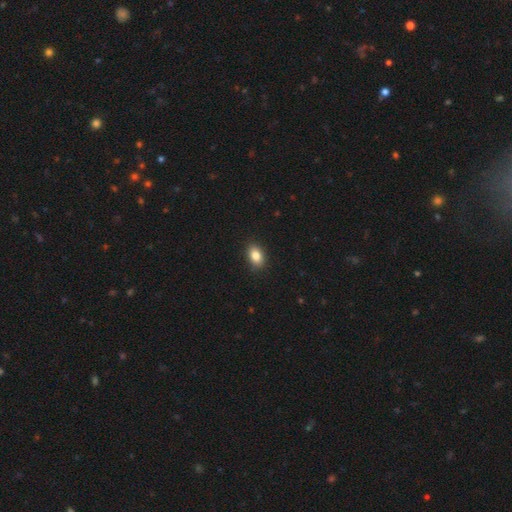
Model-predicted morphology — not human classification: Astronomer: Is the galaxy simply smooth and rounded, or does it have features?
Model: smooth — 85%.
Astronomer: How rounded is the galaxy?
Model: in between — 84%.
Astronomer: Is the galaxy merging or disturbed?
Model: none — 88%.